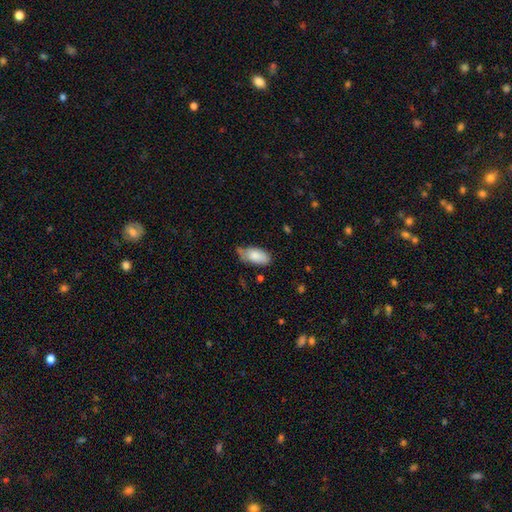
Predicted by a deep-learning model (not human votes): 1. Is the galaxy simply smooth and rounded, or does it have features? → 84% smooth, 10% featured or disk, 7% star or artifact.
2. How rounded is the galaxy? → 93% in between, 5% cigar-shaped, 3% round.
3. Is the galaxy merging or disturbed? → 49% none, 36% minor disturbance, 8% major disturbance, 6% merger.